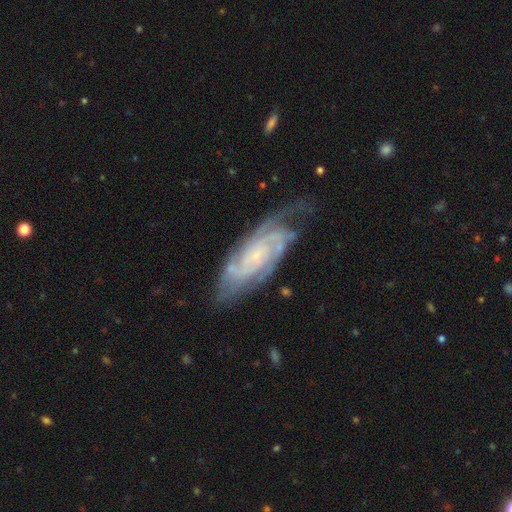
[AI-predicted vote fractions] The model was most divided on "spiral arm count": 2: 27%, can't tell: 24%, 3: 23%, 4: 16%, more than 4: 6%, 1: 5%. More confident: spiral arms — yes (97%); edge-on disk — no (93%); smooth or featured — featured or disk (88%); bulge size — small (71%); bar — no (64%); spiral winding — tight (63%); merging — none (63%).